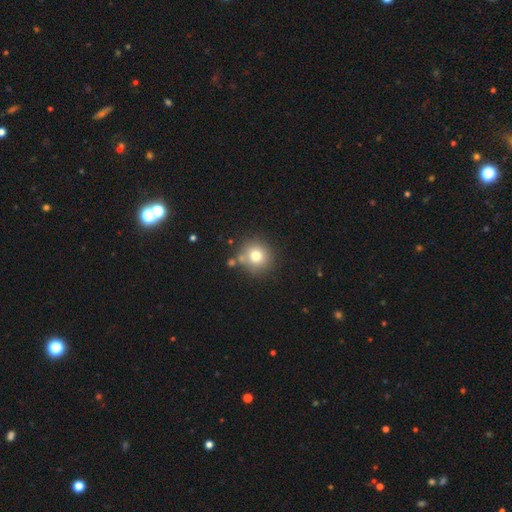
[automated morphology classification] This appears to be a smooth galaxy with no disk features (74%) that is round (92%). Merging: none (76%).